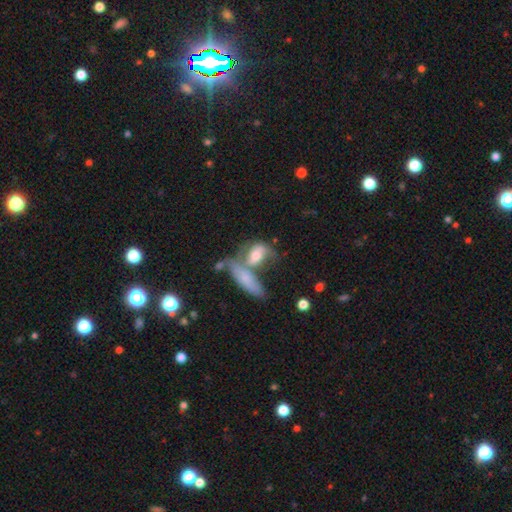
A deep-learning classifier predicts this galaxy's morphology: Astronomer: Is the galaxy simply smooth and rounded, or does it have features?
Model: smooth — 51% (runner-up: featured or disk, 40%).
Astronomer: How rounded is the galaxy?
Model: in between — 68%.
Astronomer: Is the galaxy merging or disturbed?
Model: merger — 52%.